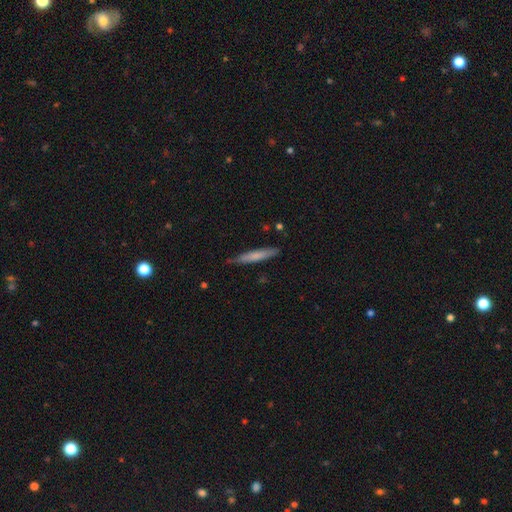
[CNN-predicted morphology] The model was most divided on "smooth or featured": smooth: 69%, featured or disk: 26%, star or artifact: 5%. More confident: how rounded — cigar-shaped (93%); merging — none (80%).